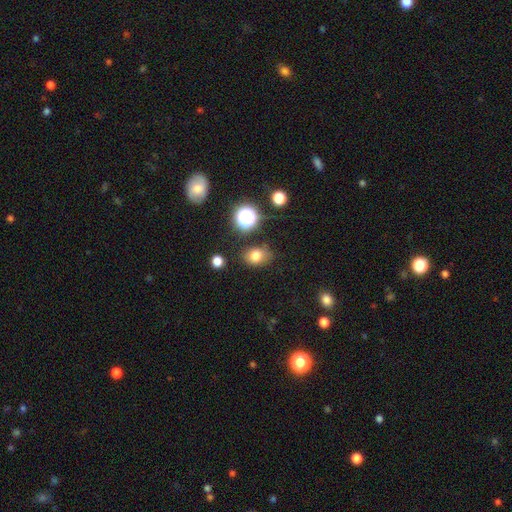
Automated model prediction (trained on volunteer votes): This appears to be a smooth galaxy with no disk features (76%) that is in between round and cigar-shaped (62%). Merging: none (75%).